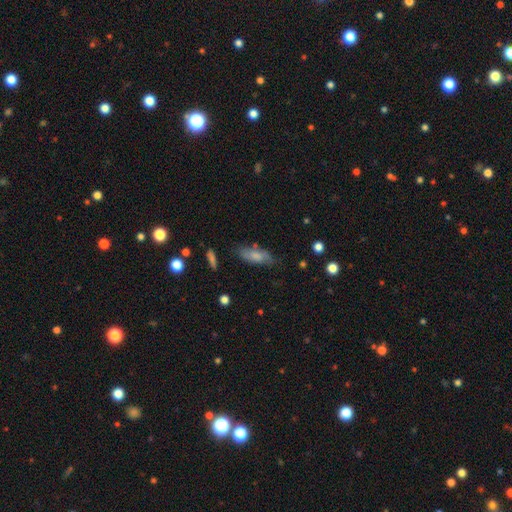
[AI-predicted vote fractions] Smooth or featured?
  - smooth: 70% *
  - featured or disk: 23%
  - star or artifact: 8%
How rounded?
  - in between: 76% *
  - cigar-shaped: 22%
  - round: 3%
Merging?
  - none: 64% *
  - minor disturbance: 24%
  - major disturbance: 7%
  - merger: 4%